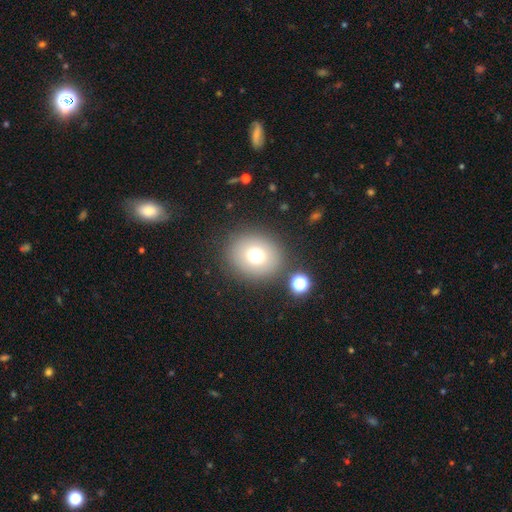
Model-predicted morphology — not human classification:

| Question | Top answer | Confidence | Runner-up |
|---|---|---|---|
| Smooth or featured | smooth | 73% | star or artifact (14%) |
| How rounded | round | 75% | in between (25%) |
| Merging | none | 83% | minor disturbance (8%) |